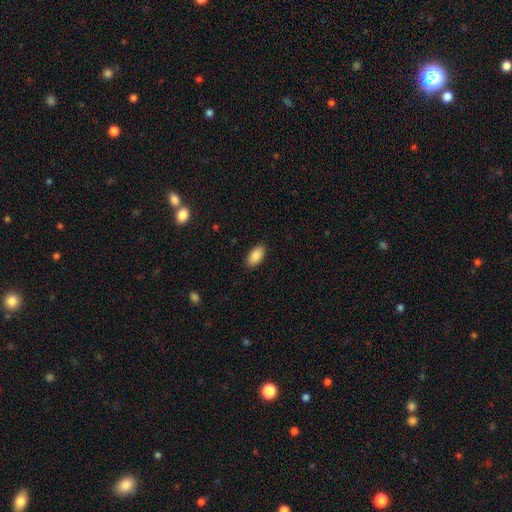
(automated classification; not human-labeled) Overall: smooth (89%). How rounded: in between (94%). Merging: none (89%).